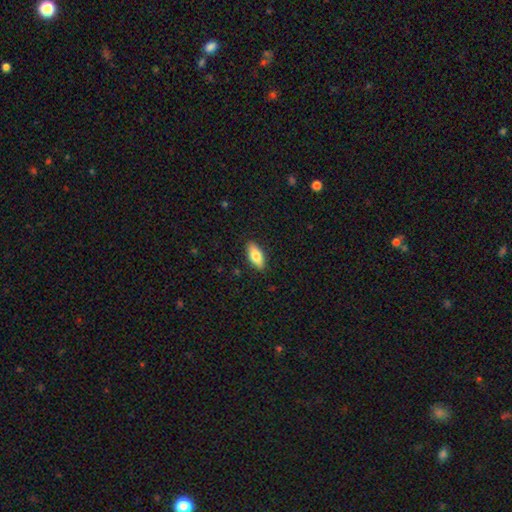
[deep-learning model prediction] smooth-or-featured: smooth: 80% | featured or disk: 14% | star or artifact: 6%
  how-rounded: in between: 84% | cigar-shaped: 13% | round: 2%
  merging: none: 88% | minor disturbance: 9% | major disturbance: 2% | merger: 1%